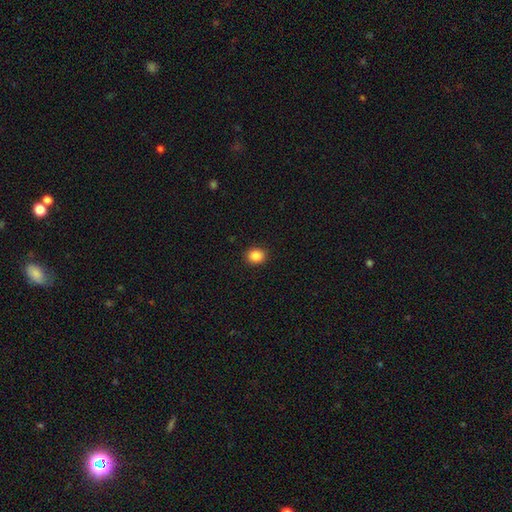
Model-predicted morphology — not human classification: Q: Smooth or featured?
A: smooth (87%); runner-up: star or artifact (10%)
Q: How rounded?
A: round (70%); runner-up: in between (30%)
Q: Merging?
A: none (91%); runner-up: minor disturbance (6%)